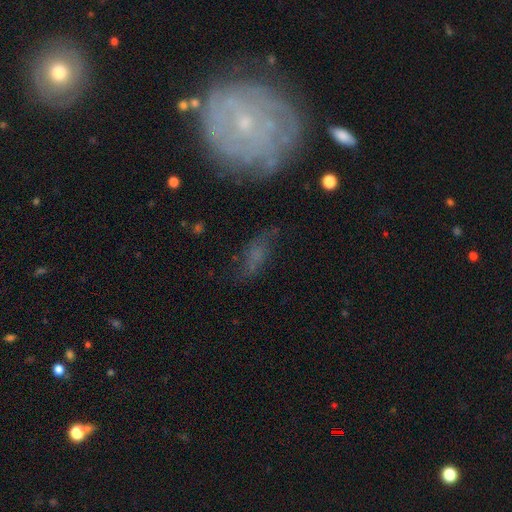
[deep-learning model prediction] featured or disk 43%, smooth 39%, star or artifact 18%. Down the decision tree: merging — none (54%).